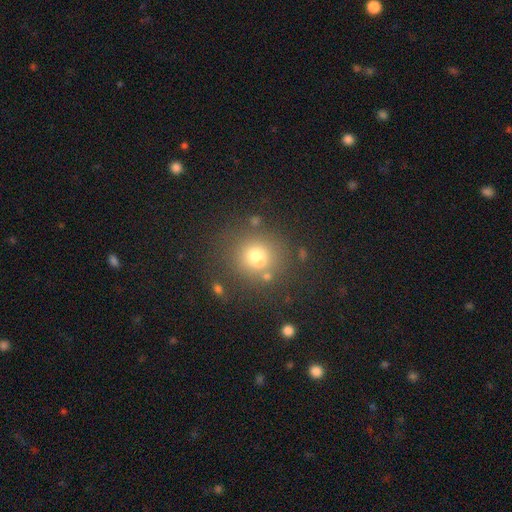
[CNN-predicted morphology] smooth 67%, star or artifact 16%, featured or disk 16%. Down the decision tree: how rounded — round (84%); merging — none (64%).